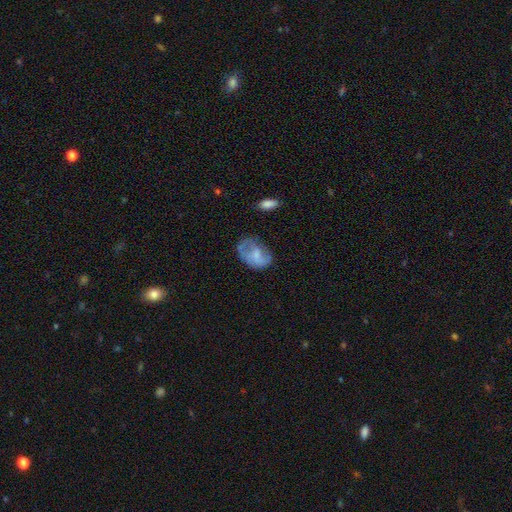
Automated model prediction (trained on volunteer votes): The model was most divided on "smooth or featured": smooth: 49%, featured or disk: 43%, star or artifact: 8%. Remaining: merging — none (48%).